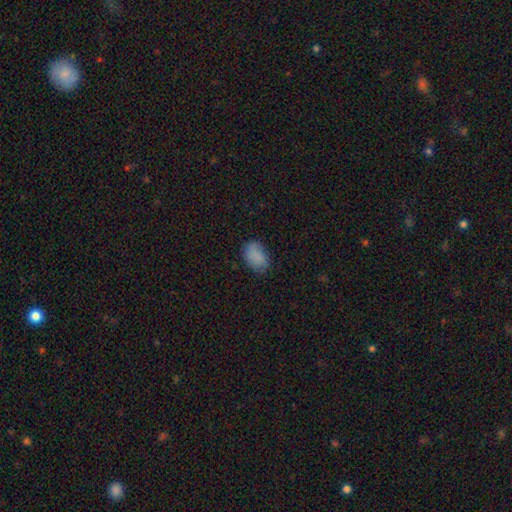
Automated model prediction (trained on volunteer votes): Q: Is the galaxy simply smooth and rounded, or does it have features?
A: smooth — 85%.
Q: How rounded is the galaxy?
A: in between — 88%.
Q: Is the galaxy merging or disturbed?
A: none — 74%.